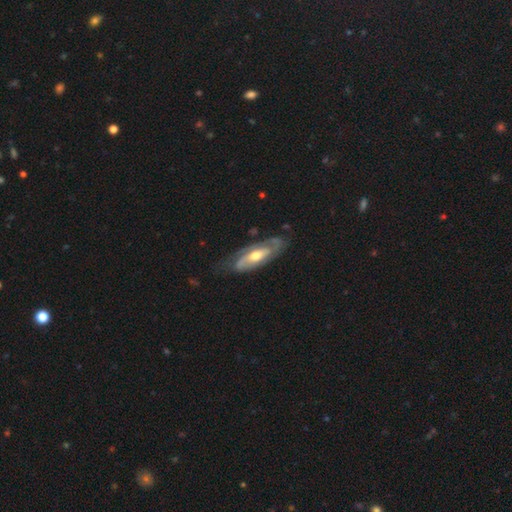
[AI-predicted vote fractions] This appears to be a featured or disk galaxy (75%) with no bar (60%), 2 (63%) tight (45%) spiral arms (82%) and a moderate central bulge (71%). Merging: none (67%).